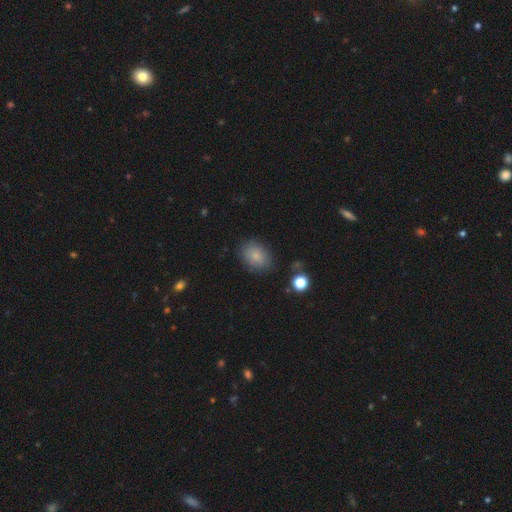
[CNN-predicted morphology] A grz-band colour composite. It shows a smooth galaxy with no disk features (81%) that is in between round and cigar-shaped (69%). Merging: none (80%).